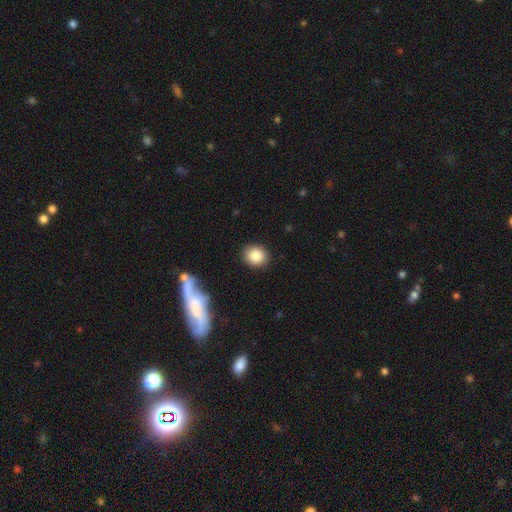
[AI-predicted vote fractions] Smooth or featured? smooth (84%)
How rounded? round (74%)
Merging? none (89%)